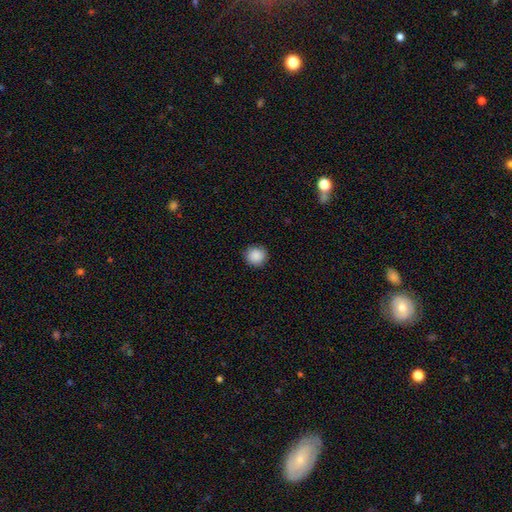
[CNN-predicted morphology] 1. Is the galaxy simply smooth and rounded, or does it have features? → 89% smooth, 8% star or artifact, 3% featured or disk.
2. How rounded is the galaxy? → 93% round, 6% in between, 1% cigar-shaped.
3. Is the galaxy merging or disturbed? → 90% none, 7% minor disturbance, 2% major disturbance, 1% merger.